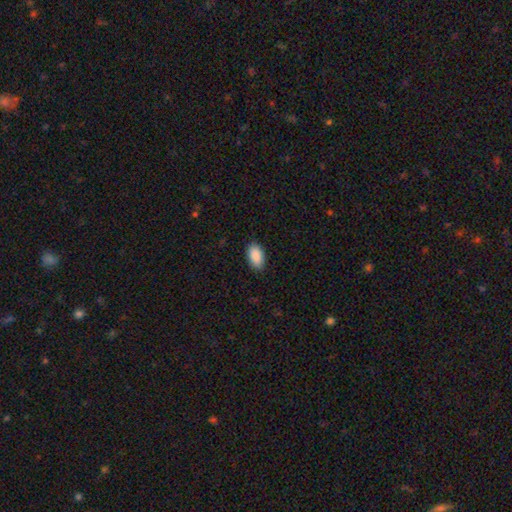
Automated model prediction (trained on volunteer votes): smooth-or-featured: smooth: 91% | star or artifact: 6% | featured or disk: 3%
  how-rounded: in between: 94% | round: 4% | cigar-shaped: 2%
  merging: none: 88% | minor disturbance: 9% | major disturbance: 2% | merger: 1%